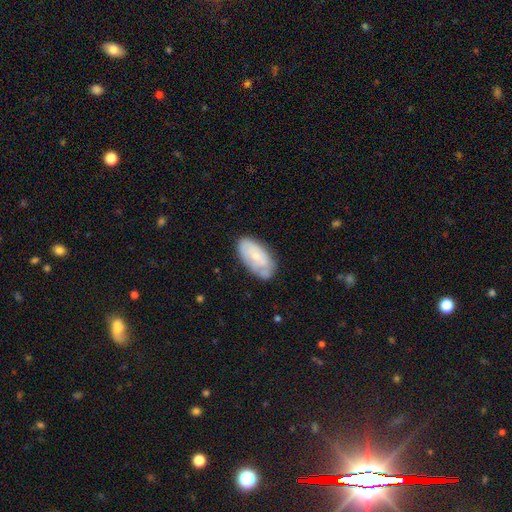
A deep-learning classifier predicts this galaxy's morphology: A smooth galaxy with no disk features (56%) that is in between round and cigar-shaped (93%). Merging: none (67%).